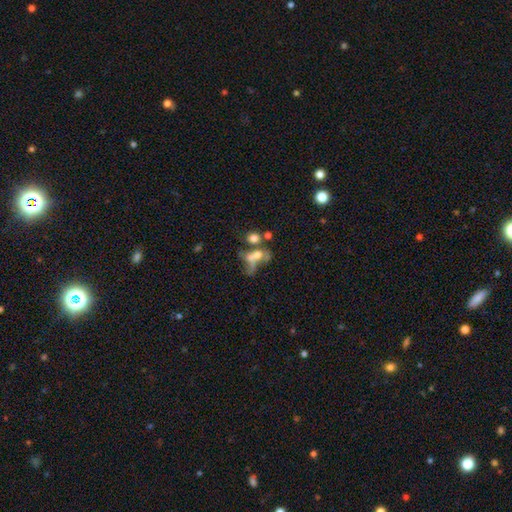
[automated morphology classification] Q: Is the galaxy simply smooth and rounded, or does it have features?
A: smooth — 52%.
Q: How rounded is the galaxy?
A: in between — 64%.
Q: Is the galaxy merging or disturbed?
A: merger — 45%.